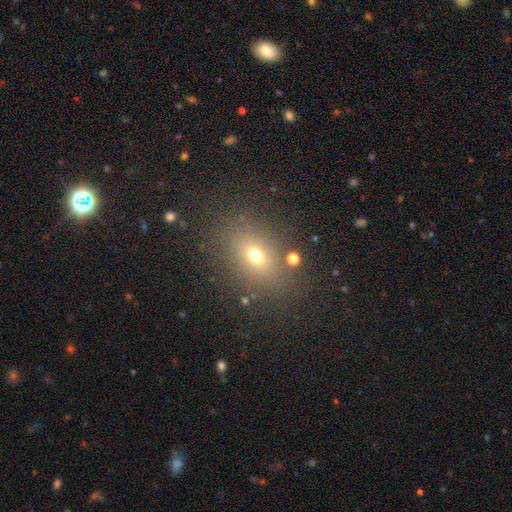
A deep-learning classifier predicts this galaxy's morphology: smooth-or-featured: smooth: 66% | star or artifact: 19% | featured or disk: 15%
  how-rounded: in between: 71% | round: 26% | cigar-shaped: 3%
  merging: none: 82% | minor disturbance: 10% | major disturbance: 5% | merger: 3%